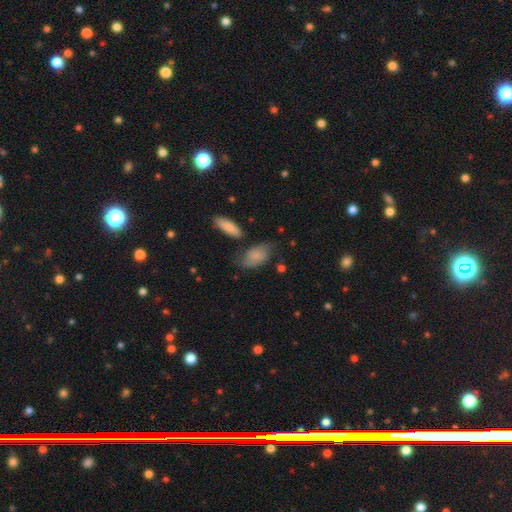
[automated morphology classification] Overall: smooth (57%; featured or disk 35%). How rounded: in between (88%). Merging: none (54%; minor disturbance 26%).